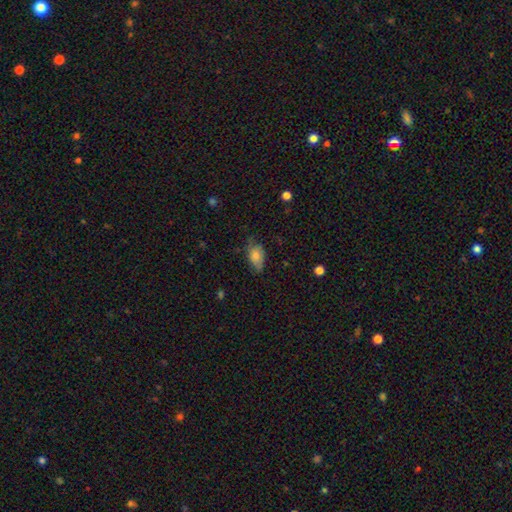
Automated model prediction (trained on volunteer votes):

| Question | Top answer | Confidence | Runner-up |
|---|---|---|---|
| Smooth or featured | smooth | 73% | featured or disk (19%) |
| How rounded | in between | 88% | round (8%) |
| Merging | none | 55% | minor disturbance (33%) |